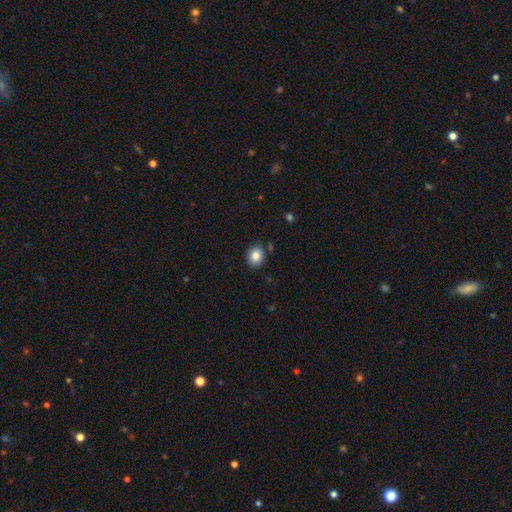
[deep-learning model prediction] Smooth or featured? smooth (85%)
How rounded? round (65%)
Merging? none (85%)